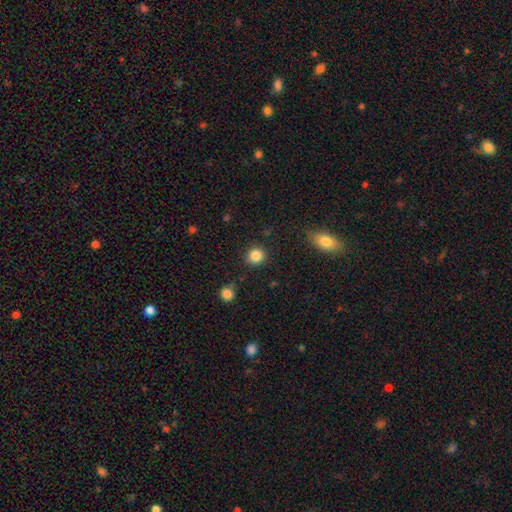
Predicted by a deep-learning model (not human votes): A smooth galaxy with no disk features (86%) that is round (90%).

Vote fractions:
- Smooth or featured? smooth: 86% / star or artifact: 10% / featured or disk: 4%
- How rounded? round: 90% / in between: 9% / cigar-shaped: 1%
- Merging? none: 89% / minor disturbance: 7% / major disturbance: 2% / merger: 2%